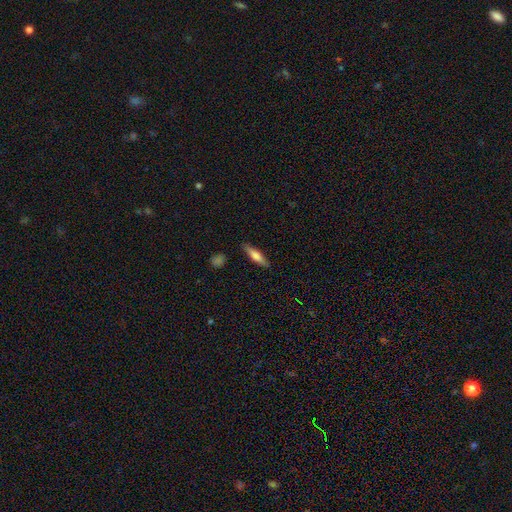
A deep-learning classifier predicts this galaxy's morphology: This is likely a smooth galaxy (62%). How rounded: likely cigar-shaped (73%). Merging: clearly none (87%).